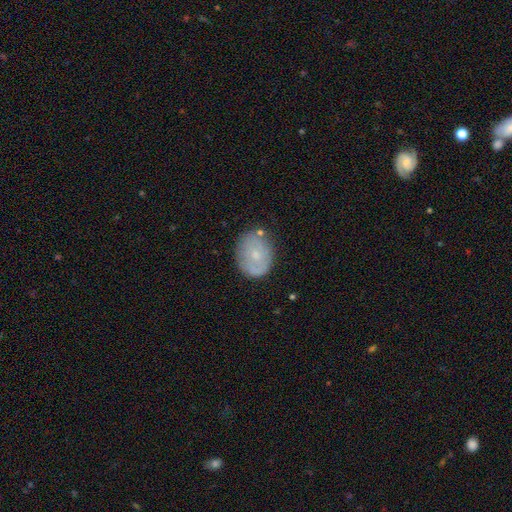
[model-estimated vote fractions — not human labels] Smooth or featured?
  - smooth: 56% *
  - featured or disk: 36%
  - star or artifact: 8%
How rounded?
  - round: 51% *
  - in between: 48%
  - cigar-shaped: 1%
Merging?
  - none: 69% *
  - minor disturbance: 21%
  - major disturbance: 6%
  - merger: 4%